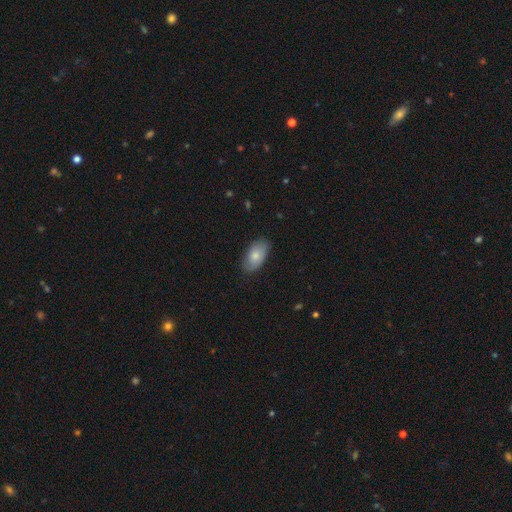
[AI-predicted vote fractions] A smooth galaxy with no disk features (79%) that is in between round and cigar-shaped (94%).

Vote fractions:
- Smooth or featured? smooth: 79% / featured or disk: 15% / star or artifact: 6%
- How rounded? in between: 94% / round: 4% / cigar-shaped: 3%
- Merging? none: 83% / minor disturbance: 13% / major disturbance: 2% / merger: 1%